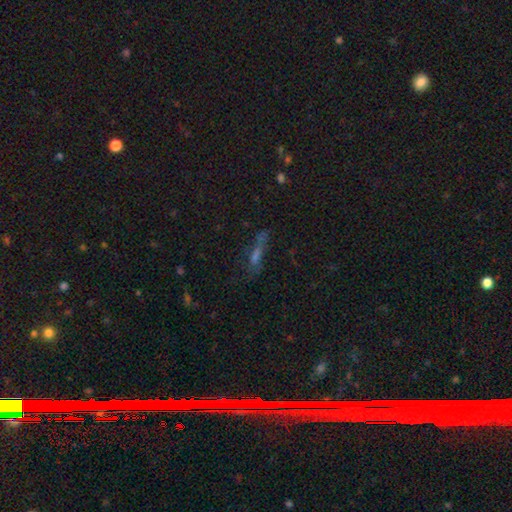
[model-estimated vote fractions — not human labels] Q: Smooth or featured?
A: smooth (38%); runner-up: featured or disk (33%)
Q: Merging?
A: none (53%); runner-up: minor disturbance (20%)